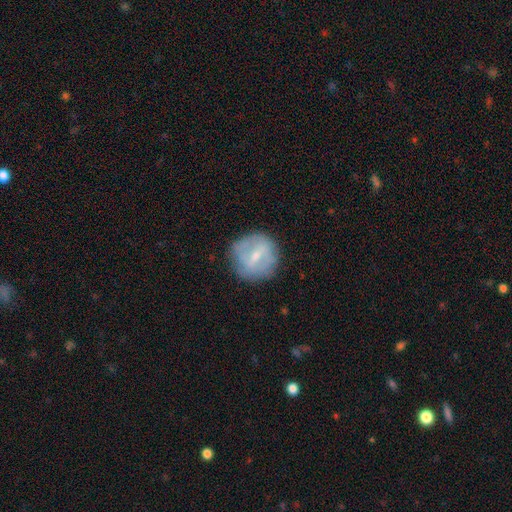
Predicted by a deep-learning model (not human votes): This is possibly a featured or disk galaxy (52%). It is clearly not viewed edge-on (95%). Merging: likely none (78%).